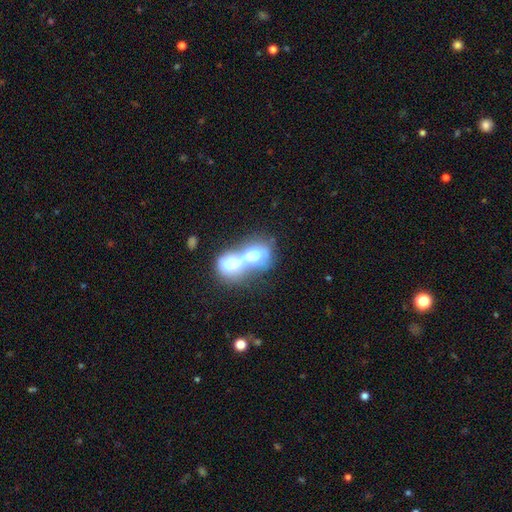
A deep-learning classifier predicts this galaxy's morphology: This appears to be a smooth galaxy with no disk features (58%) that is in between round and cigar-shaped (65%). Merging: merger (78%).